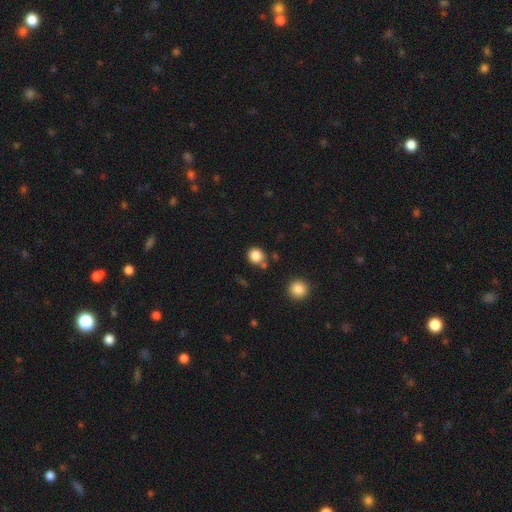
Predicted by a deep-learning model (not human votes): The model was most divided on "merging": none: 75%, minor disturbance: 11%, merger: 10%, major disturbance: 3%. More confident: how rounded — round (85%); smooth or featured — smooth (85%).